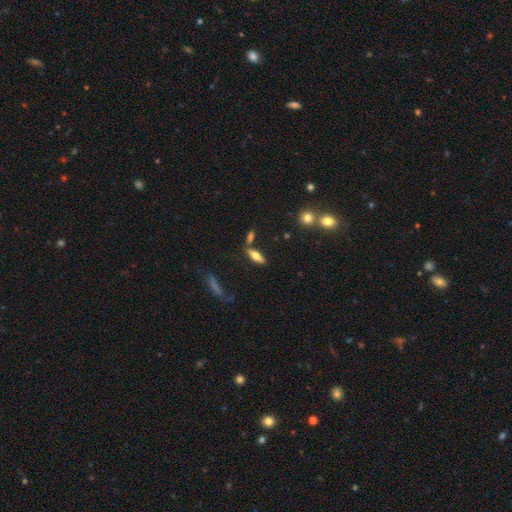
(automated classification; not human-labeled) smooth 52%, featured or disk 40%, star or artifact 9%. Down the decision tree: how rounded — in between (60%); merging — none (72%).